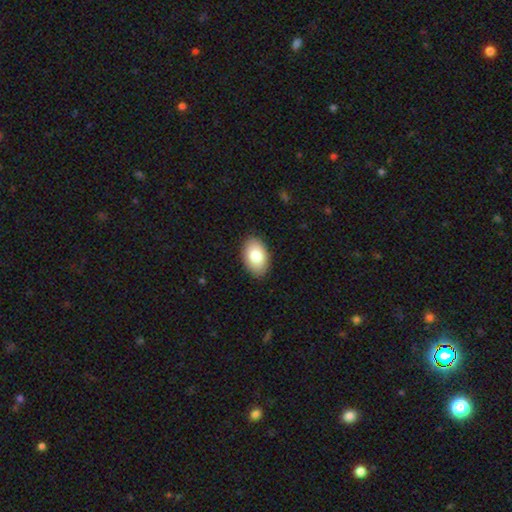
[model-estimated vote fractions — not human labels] smooth 84%, featured or disk 10%, star or artifact 6%. Down the decision tree: how rounded — in between (92%); merging — none (88%).